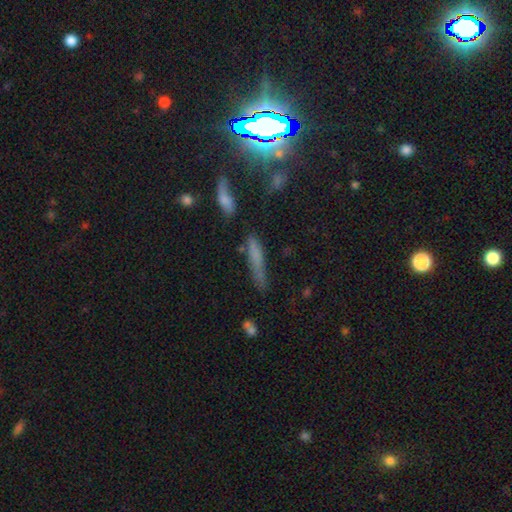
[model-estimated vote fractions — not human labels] Q: Smooth or featured?
A: smooth (63%); runner-up: featured or disk (22%)
Q: How rounded?
A: cigar-shaped (86%); runner-up: in between (11%)
Q: Merging?
A: none (60%); runner-up: minor disturbance (24%)